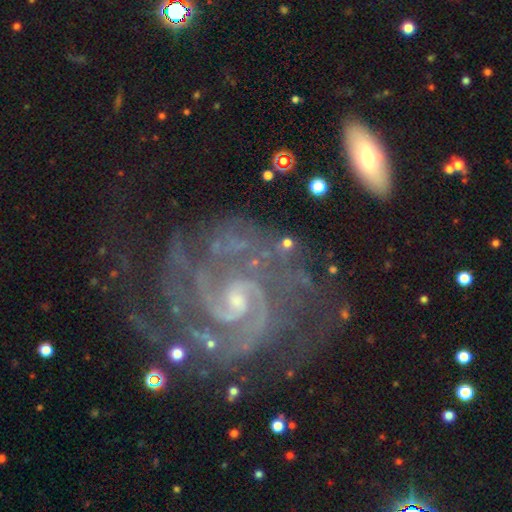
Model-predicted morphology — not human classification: Overall: featured or disk (92%). Edge-on disk: no (98%). Bar: no (45%; weak 41%). Spiral arms: yes (98%). Spiral arm count: 2 (66%). Spiral winding: tight (57%; medium 37%). Bulge size: small (63%; moderate 28%). Merging: none (60%; minor disturbance 21%).